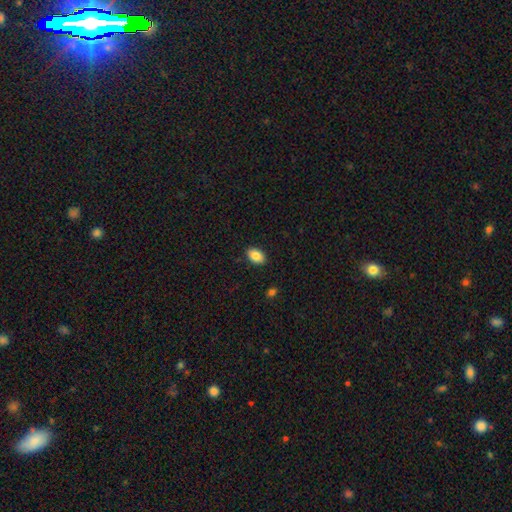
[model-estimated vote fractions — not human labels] Morphology: type=smooth (87%); roundness=in between (89%); merging=none (89%).